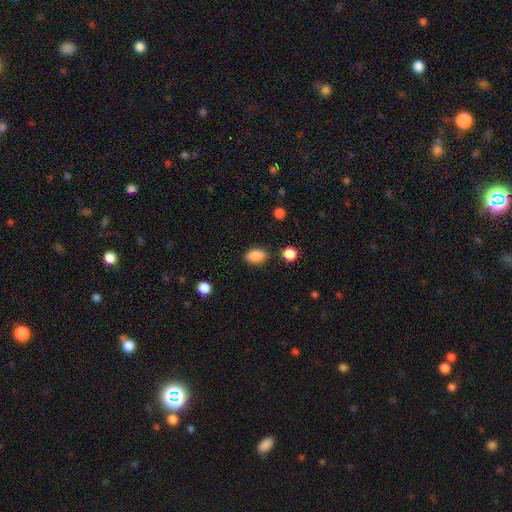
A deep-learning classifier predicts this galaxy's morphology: The model was most divided on "merging": none: 84%, minor disturbance: 11%, major disturbance: 3%, merger: 3%. More confident: how rounded — in between (87%); smooth or featured — smooth (87%).